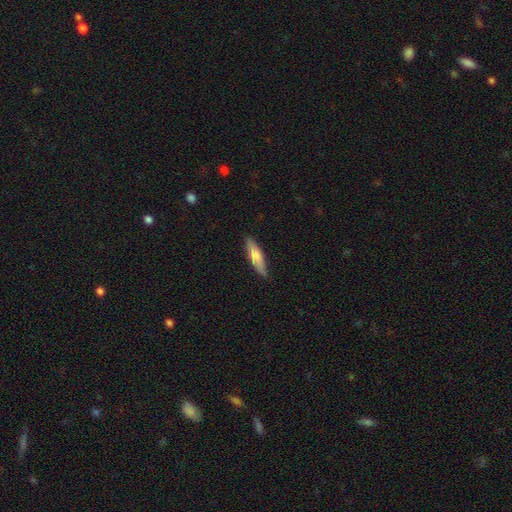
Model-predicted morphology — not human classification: Smooth or featured?
  - smooth: 70% *
  - featured or disk: 25%
  - star or artifact: 6%
How rounded?
  - cigar-shaped: 67% *
  - in between: 31%
  - round: 2%
Merging?
  - none: 82% *
  - minor disturbance: 14%
  - major disturbance: 2%
  - merger: 1%